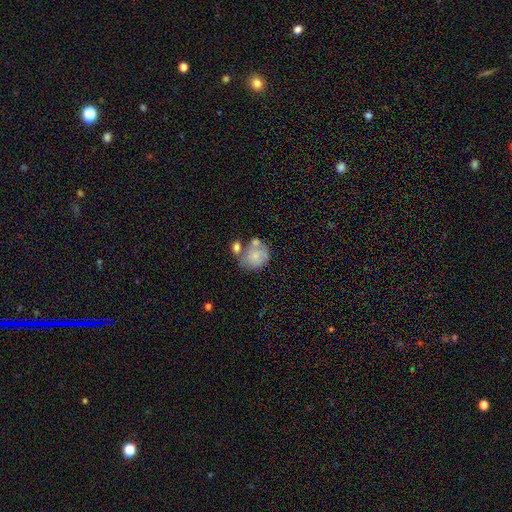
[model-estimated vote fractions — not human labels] Morphology: type=smooth (61%); roundness=round (60%); merging=none (37%).